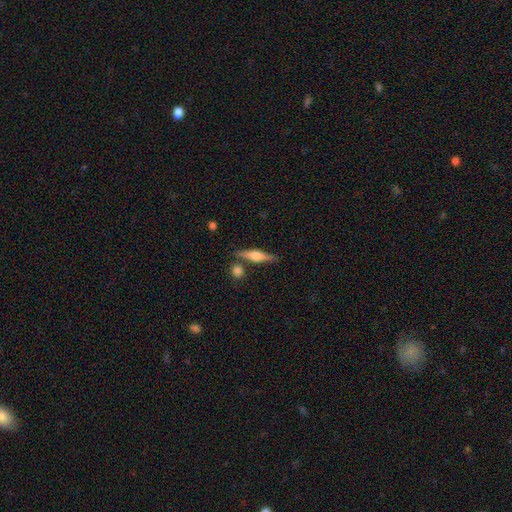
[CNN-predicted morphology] Smooth or featured? Predicted: featured or disk (p=0.60). Edge-on disk? Predicted: yes (p=0.96). Edge-on bulge? Predicted: rounded (p=0.83). Merging? Predicted: none (p=0.79).